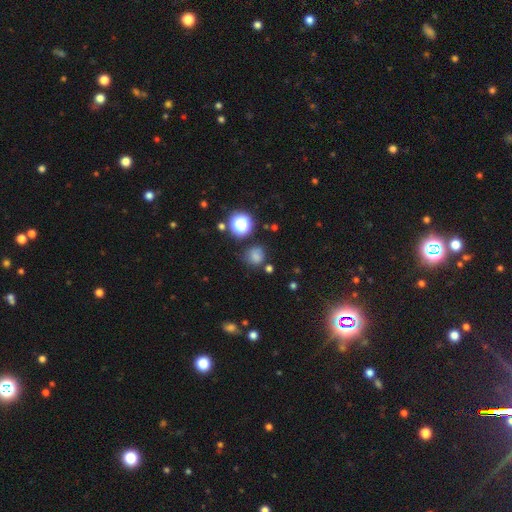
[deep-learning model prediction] Smooth or featured?
  - smooth: 71% *
  - star or artifact: 22%
  - featured or disk: 8%
How rounded?
  - round: 82% *
  - in between: 17%
  - cigar-shaped: 1%
Merging?
  - none: 68% *
  - minor disturbance: 19%
  - major disturbance: 7%
  - merger: 5%